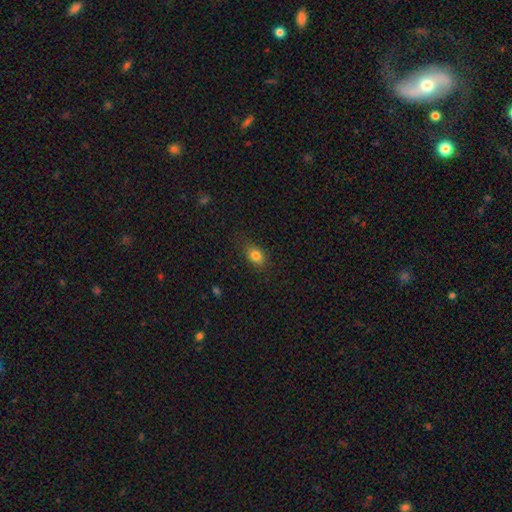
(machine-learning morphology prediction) smooth-or-featured: smooth: 81% | star or artifact: 11% | featured or disk: 8%
  how-rounded: in between: 67% | round: 31% | cigar-shaped: 2%
  merging: none: 80% | minor disturbance: 15% | major disturbance: 4% | merger: 1%